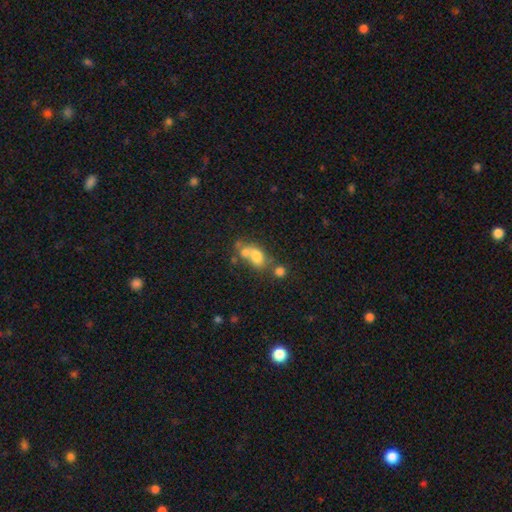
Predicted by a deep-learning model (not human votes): smooth_or_featured: smooth (p=0.70) [alt: featured or disk p=0.19]
how_rounded: in between (p=0.73) [alt: round p=0.23]
merging: merger (p=0.45) [alt: none p=0.33]